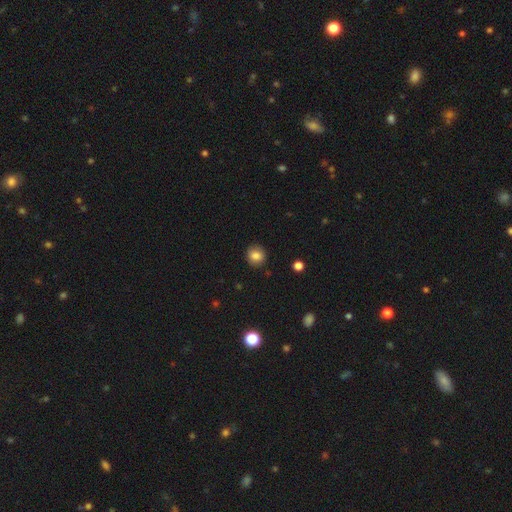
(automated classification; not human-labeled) smooth 83%, star or artifact 10%, featured or disk 7%. Down the decision tree: how rounded — round (85%); merging — none (88%).